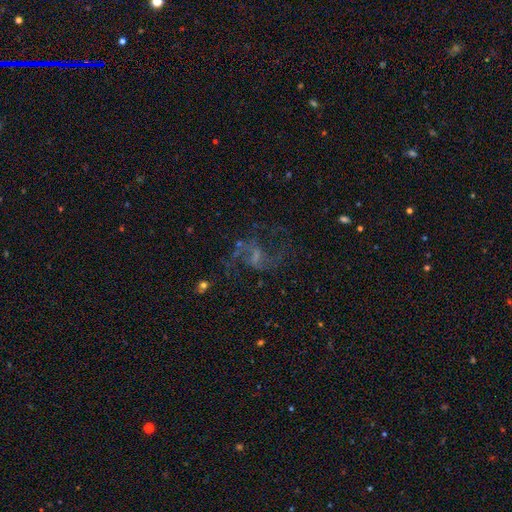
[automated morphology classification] Smooth or featured: featured or disk — 75% (star or artifact — 15%)
Edge-on disk: no — 97% (yes — 3%)
Bar: weak — 51% (no — 31%)
Spiral arms: yes — 90% (no — 10%)
Spiral winding: loose — 60% (medium — 34%)
Spiral arm count: 2 — 86% (can't tell — 6%)
Bulge size: small — 41% (none — 36%)
Merging: none — 61% (major disturbance — 20%)